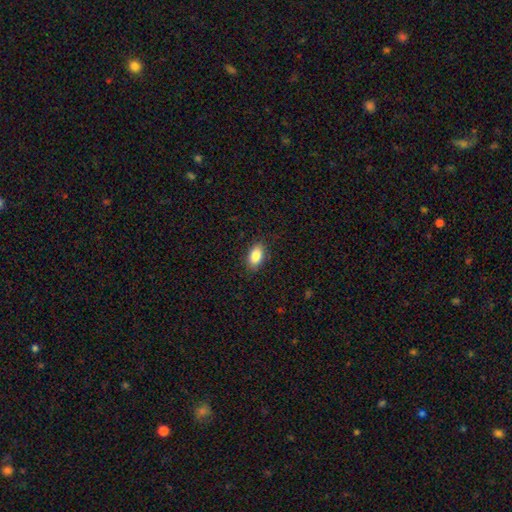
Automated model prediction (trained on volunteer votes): Smooth or featured? Predicted: smooth (p=0.87). How rounded? Predicted: in between (p=0.92). Merging? Predicted: none (p=0.87).